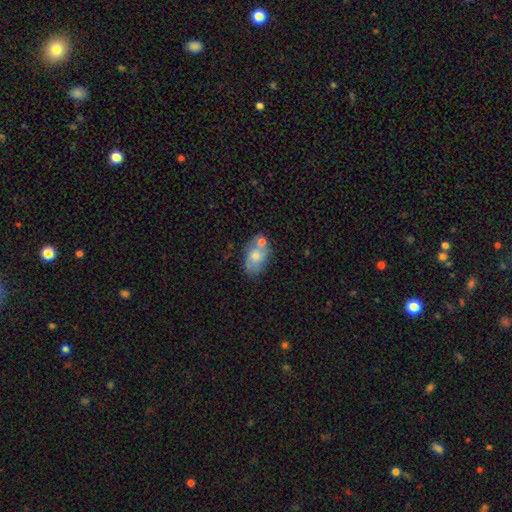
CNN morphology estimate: This is likely a smooth galaxy (61%). How rounded: clearly in between (84%). Merging: possibly none (46%).